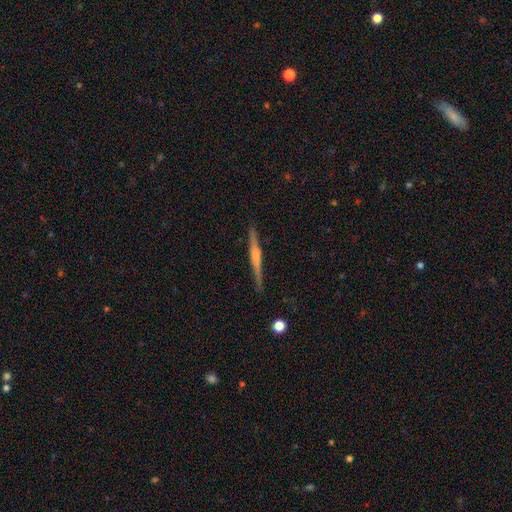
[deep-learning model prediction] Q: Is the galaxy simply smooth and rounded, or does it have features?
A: featured or disk — 67%.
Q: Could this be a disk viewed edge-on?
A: yes — 98%.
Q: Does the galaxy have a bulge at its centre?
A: rounded — 50%.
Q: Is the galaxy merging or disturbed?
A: none — 87%.